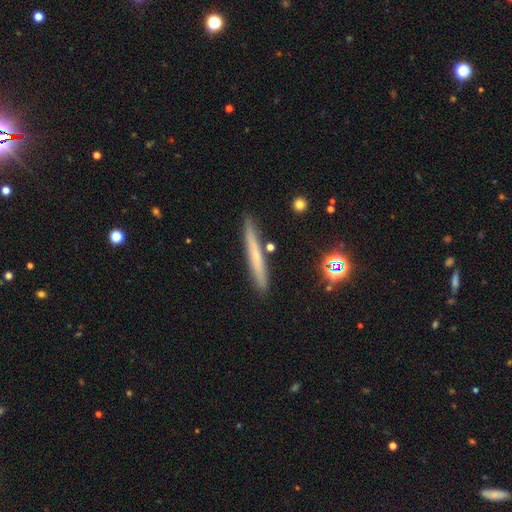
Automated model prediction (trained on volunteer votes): A smooth galaxy with no disk features (50%). Merging: none (87%).